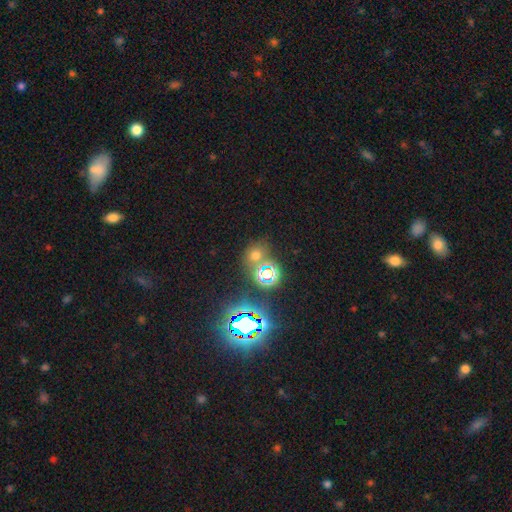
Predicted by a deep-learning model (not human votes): smooth 47%, star or artifact 45%, featured or disk 8%. Down the decision tree: merging — none (66%).